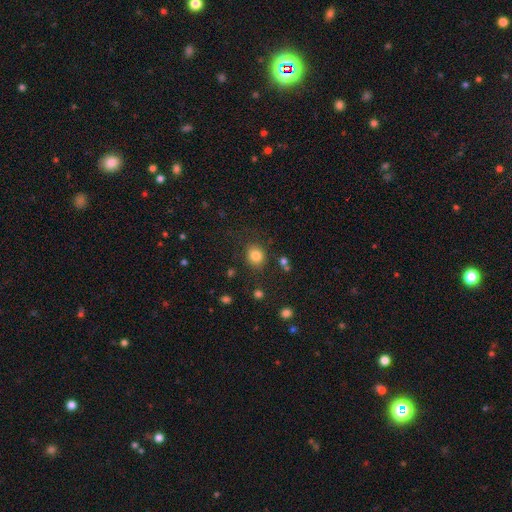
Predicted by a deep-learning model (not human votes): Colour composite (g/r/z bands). It shows a smooth galaxy with no disk features (81%) that is round (71%). Merging: none (82%).